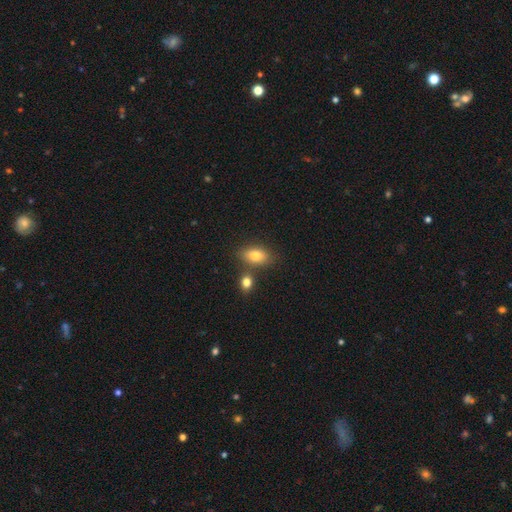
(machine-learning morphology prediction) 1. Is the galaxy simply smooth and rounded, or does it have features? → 79% smooth, 12% featured or disk, 9% star or artifact.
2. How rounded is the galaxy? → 86% in between, 10% round, 4% cigar-shaped.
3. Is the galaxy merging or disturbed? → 68% none, 17% merger, 12% minor disturbance, 3% major disturbance.